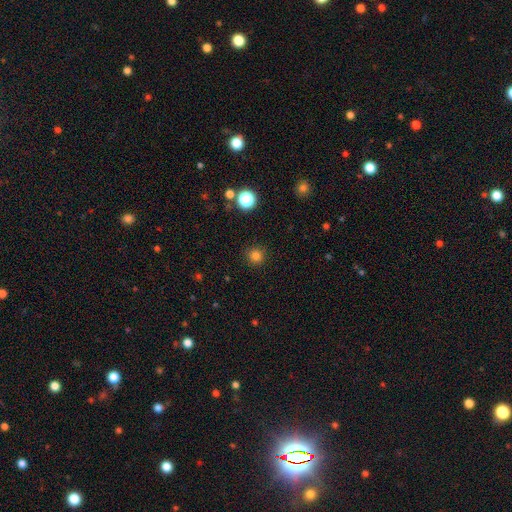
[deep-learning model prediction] A smooth galaxy with no disk features (81%) that is round (94%).

Vote fractions:
- Smooth or featured? smooth: 81% / star or artifact: 15% / featured or disk: 4%
- How rounded? round: 94% / in between: 5% / cigar-shaped: 1%
- Merging? none: 91% / minor disturbance: 6% / major disturbance: 2% / merger: 1%